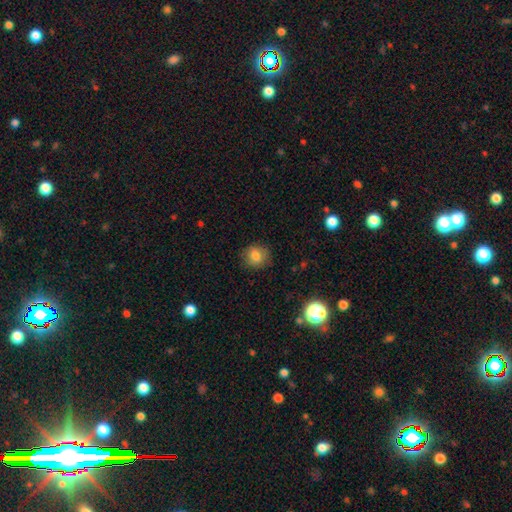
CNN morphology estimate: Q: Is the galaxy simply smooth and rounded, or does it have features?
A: smooth — 80%.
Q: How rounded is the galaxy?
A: round — 82%.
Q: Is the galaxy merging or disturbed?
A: none — 85%.